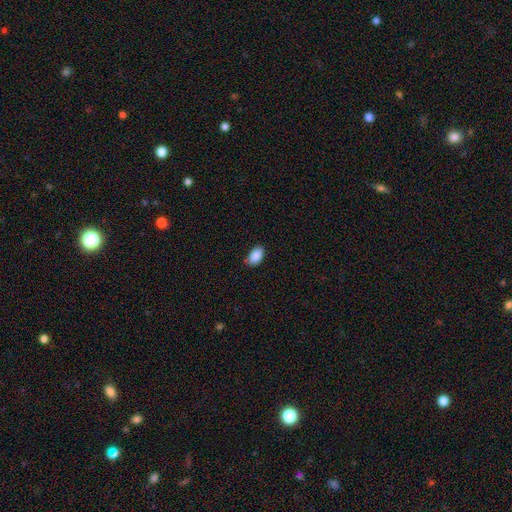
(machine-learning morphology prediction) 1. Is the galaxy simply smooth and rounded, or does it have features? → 89% smooth, 7% star or artifact, 4% featured or disk.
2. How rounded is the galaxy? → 93% in between, 6% round, 1% cigar-shaped.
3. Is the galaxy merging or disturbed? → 79% none, 17% minor disturbance, 3% major disturbance, 1% merger.